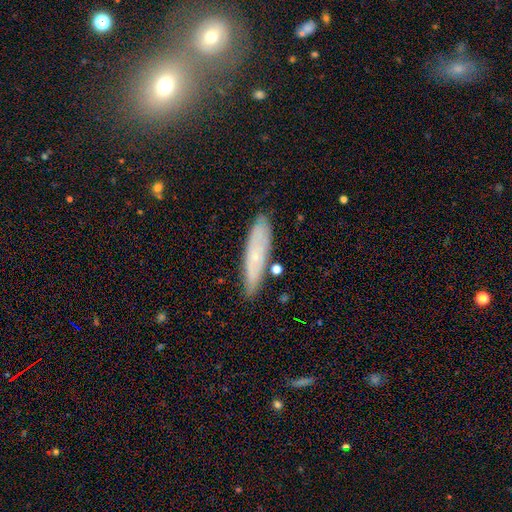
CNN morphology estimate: A smooth galaxy with no disk features (50%).

Vote fractions:
- Smooth or featured? smooth: 50% / featured or disk: 42% / star or artifact: 9%
- Merging? none: 80% / minor disturbance: 15% / merger: 3% / major disturbance: 3%